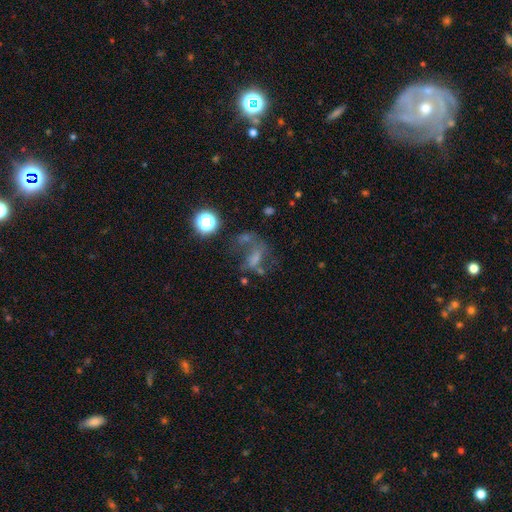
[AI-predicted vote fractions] smooth-or-featured: featured or disk: 38% | smooth: 34% | star or artifact: 29%
  merging: none: 38% | major disturbance: 29% | minor disturbance: 17% | merger: 16%